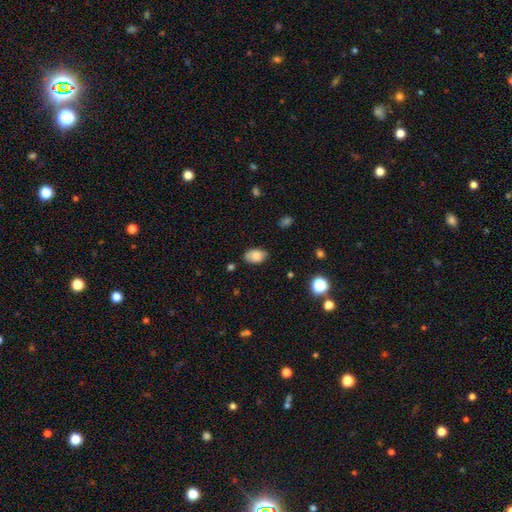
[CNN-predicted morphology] type=smooth (81%); roundness=in between (89%); merging=none (76%).